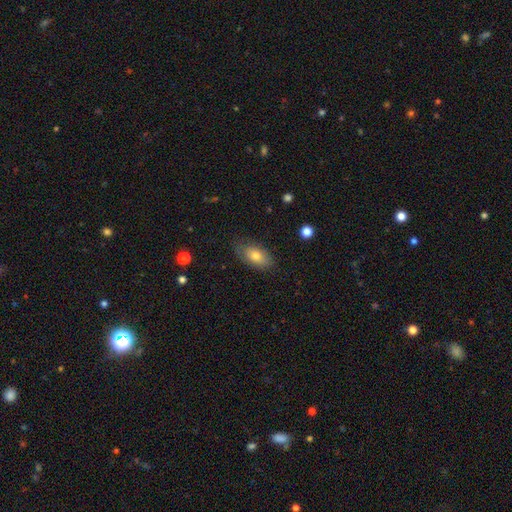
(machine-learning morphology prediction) This is likely a smooth galaxy (73%). How rounded: clearly in between (90%). Merging: likely none (73%).